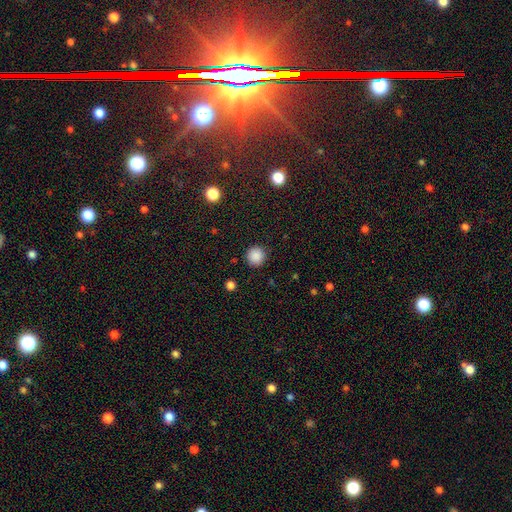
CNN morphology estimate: A smooth galaxy with no disk features (87%) that is round (95%). Merging: none (91%).